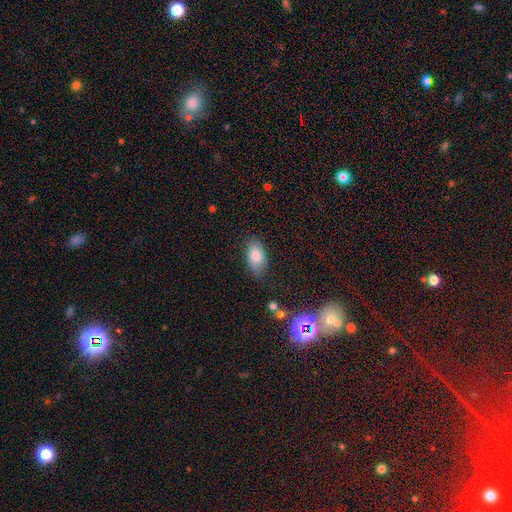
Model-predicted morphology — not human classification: Smooth or featured: smooth — 82% (featured or disk — 11%)
How rounded: in between — 93% (round — 4%)
Merging: none — 79% (minor disturbance — 16%)